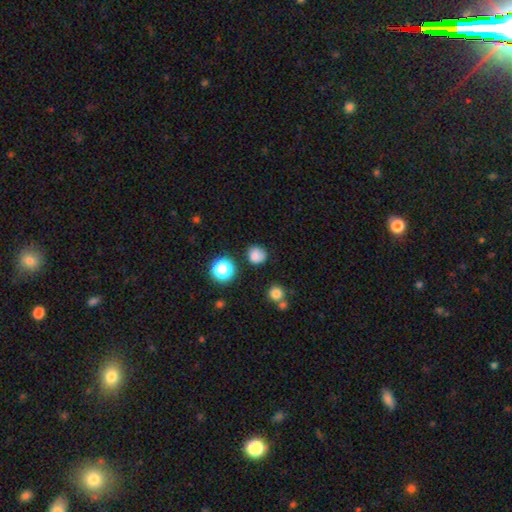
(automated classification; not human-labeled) Smooth or featured?
  - smooth: 79% *
  - star or artifact: 15%
  - featured or disk: 6%
How rounded?
  - round: 85% *
  - in between: 14%
  - cigar-shaped: 1%
Merging?
  - none: 81% *
  - minor disturbance: 13%
  - major disturbance: 4%
  - merger: 3%